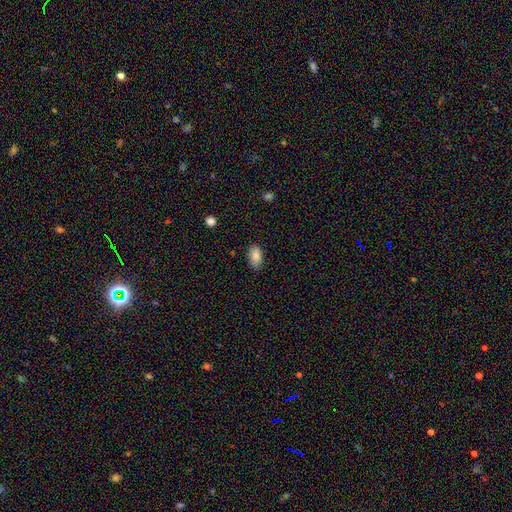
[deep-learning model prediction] A smooth galaxy with no disk features (87%) that is in between round and cigar-shaped (93%).

Vote fractions:
- Smooth or featured? smooth: 87% / star or artifact: 8% / featured or disk: 5%
- How rounded? in between: 93% / round: 5% / cigar-shaped: 3%
- Merging? none: 83% / minor disturbance: 13% / major disturbance: 3% / merger: 1%